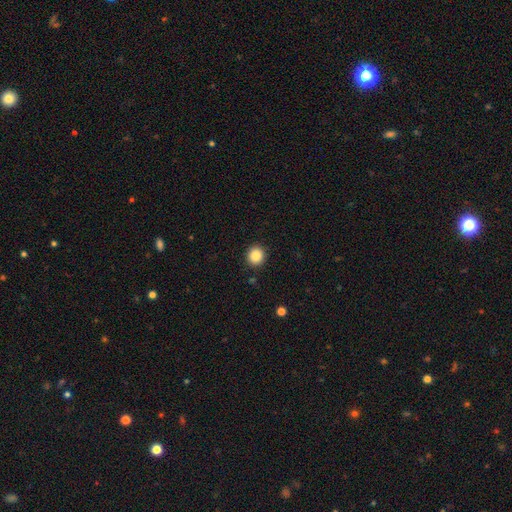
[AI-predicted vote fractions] Smooth or featured?
  - smooth: 86% *
  - star or artifact: 10%
  - featured or disk: 4%
How rounded?
  - round: 90% *
  - in between: 9%
  - cigar-shaped: 1%
Merging?
  - none: 91% *
  - minor disturbance: 6%
  - major disturbance: 2%
  - merger: 1%